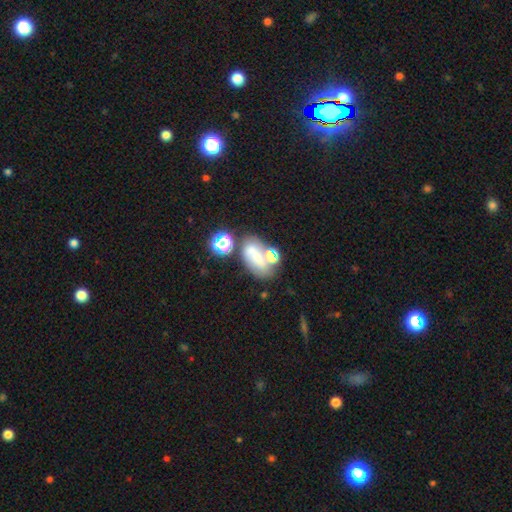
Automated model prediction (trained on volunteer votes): smooth 49%, featured or disk 29%, star or artifact 21%. Down the decision tree: merging — none (38%).